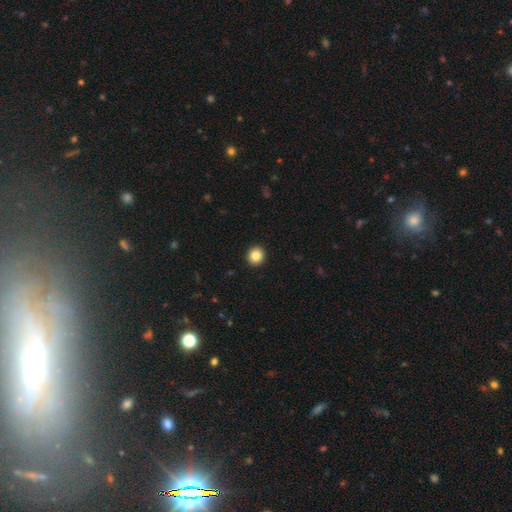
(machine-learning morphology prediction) type=smooth (85%); roundness=round (91%); merging=none (93%).